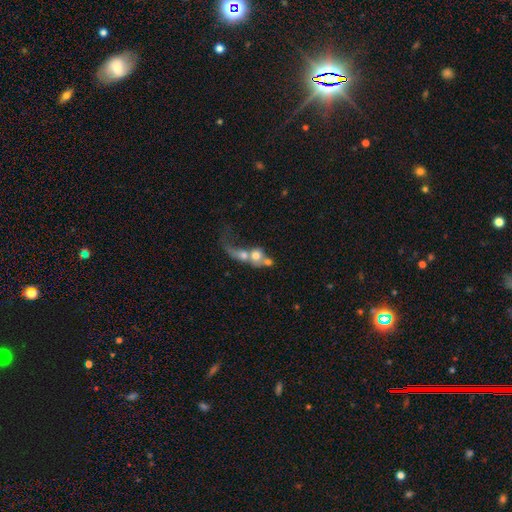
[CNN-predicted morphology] This appears to be a smooth galaxy with no disk features (55%) that is round (59%). Merging: merger (70%).